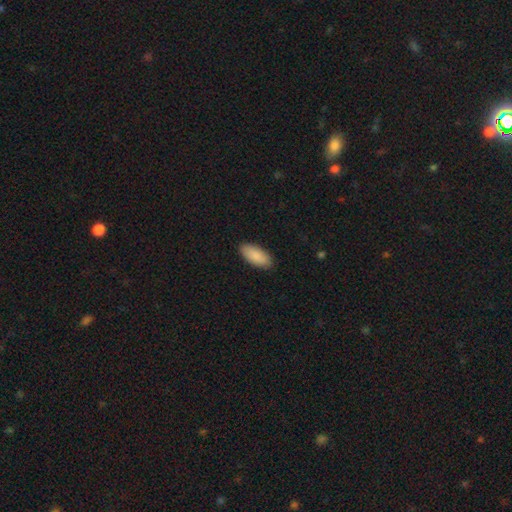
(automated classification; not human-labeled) A smooth galaxy with no disk features (90%) that is in between round and cigar-shaped (89%).

Vote fractions:
- Smooth or featured? smooth: 90% / star or artifact: 5% / featured or disk: 5%
- How rounded? in between: 89% / cigar-shaped: 9% / round: 2%
- Merging? none: 89% / minor disturbance: 8% / major disturbance: 2% / merger: 1%